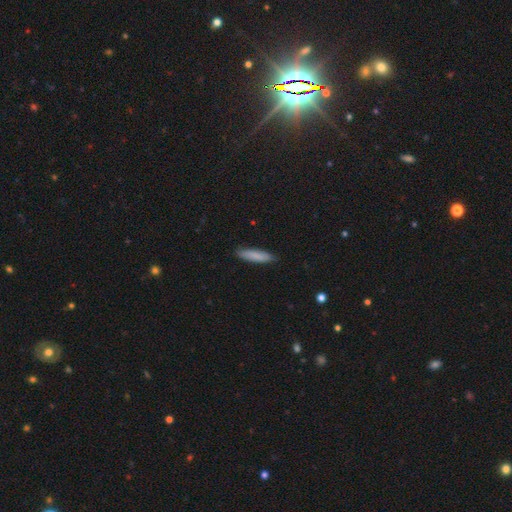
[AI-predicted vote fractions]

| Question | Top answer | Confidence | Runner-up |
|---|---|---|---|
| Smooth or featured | smooth | 85% | featured or disk (9%) |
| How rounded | cigar-shaped | 74% | in between (24%) |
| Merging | none | 87% | minor disturbance (10%) |